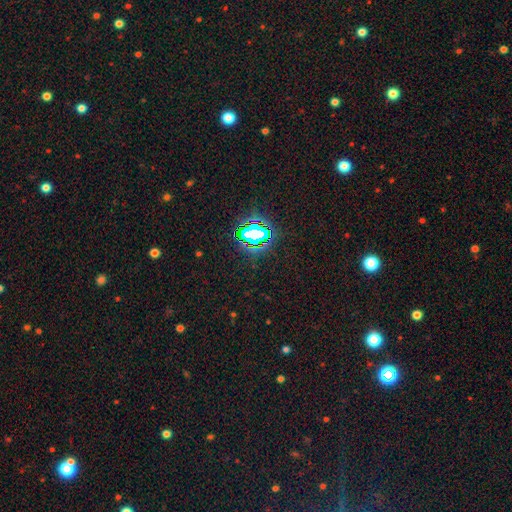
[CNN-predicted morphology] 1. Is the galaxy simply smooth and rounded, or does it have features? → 77% star or artifact, 15% smooth, 7% featured or disk.